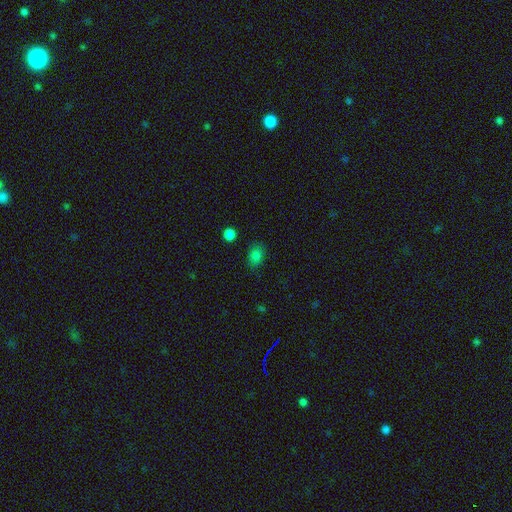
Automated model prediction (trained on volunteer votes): The model was most divided on "how rounded": in between: 71%, round: 28%, cigar-shaped: 1%. More confident: merging — none (83%); smooth or featured — smooth (82%).